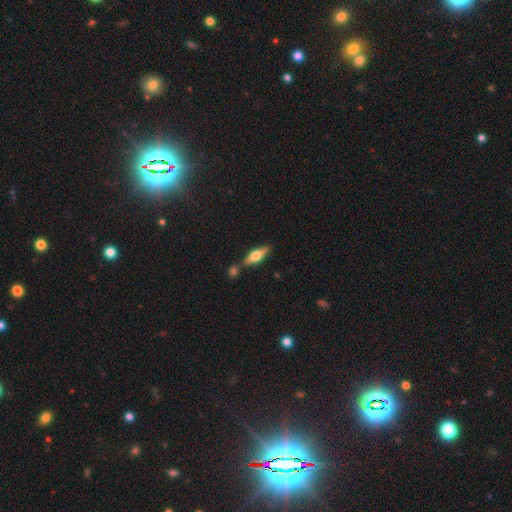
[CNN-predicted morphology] Smooth or featured? Predicted: featured or disk (p=0.52). Edge-on disk? Predicted: yes (p=0.92). Merging? Predicted: none (p=0.74).